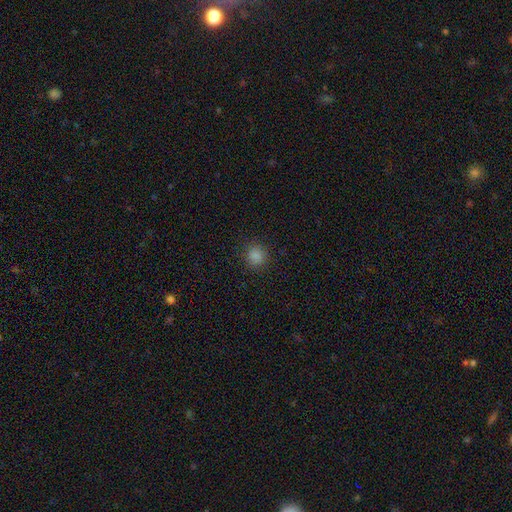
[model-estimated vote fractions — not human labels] This appears to be a smooth galaxy with no disk features (85%) that is round (90%). Merging: none (89%).